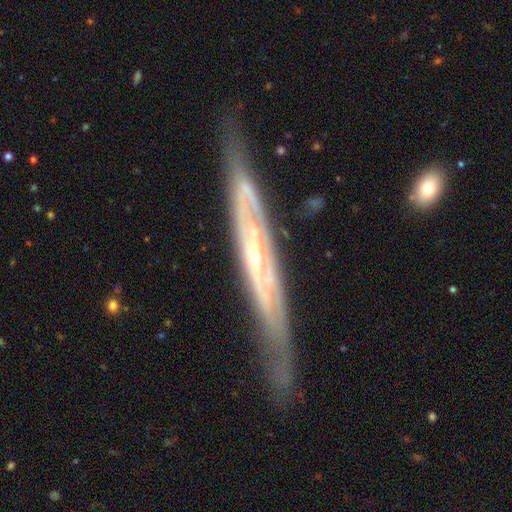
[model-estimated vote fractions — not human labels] Smooth or featured: featured or disk — 83% (smooth — 11%)
Edge-on disk: yes — 65% (no — 35%)
Edge-on bulge: none — 55% (rounded — 39%)
Merging: none — 76% (minor disturbance — 17%)